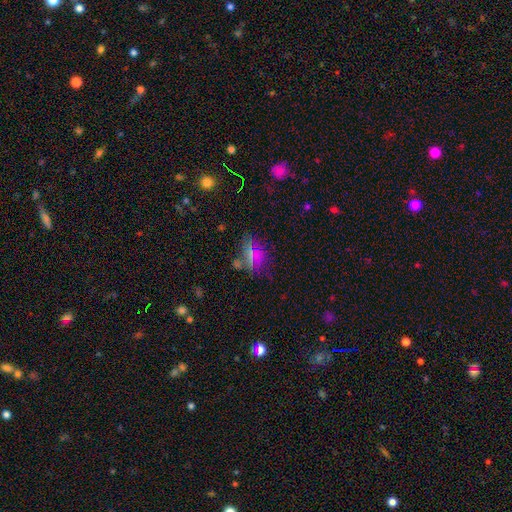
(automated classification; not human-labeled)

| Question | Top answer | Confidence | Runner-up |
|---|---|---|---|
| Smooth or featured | smooth | 52% | star or artifact (36%) |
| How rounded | in between | 59% | round (36%) |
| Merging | none | 61% | minor disturbance (19%) |